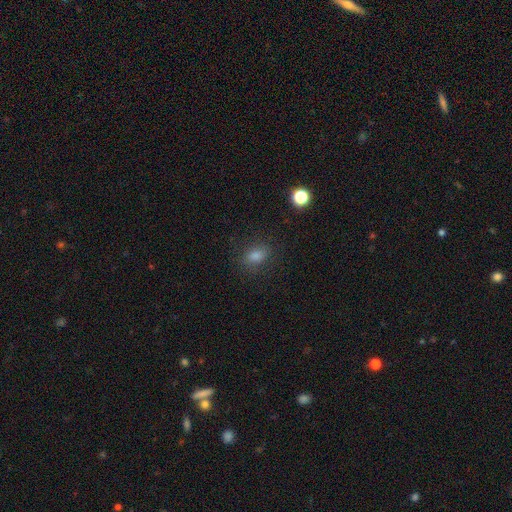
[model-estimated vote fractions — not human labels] Smooth or featured?
  - smooth: 77% *
  - star or artifact: 16%
  - featured or disk: 7%
How rounded?
  - in between: 70% *
  - round: 27%
  - cigar-shaped: 2%
Merging?
  - none: 83% *
  - minor disturbance: 11%
  - major disturbance: 4%
  - merger: 1%